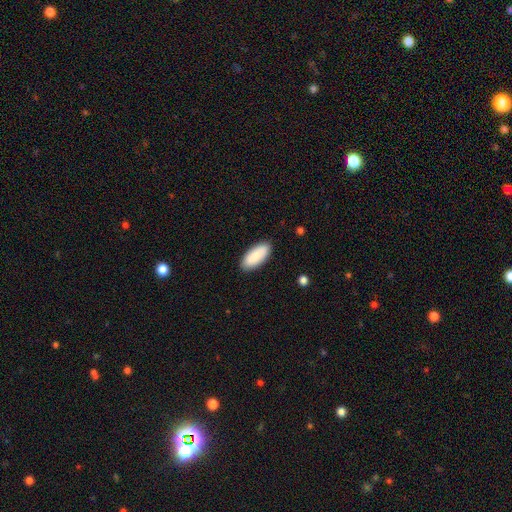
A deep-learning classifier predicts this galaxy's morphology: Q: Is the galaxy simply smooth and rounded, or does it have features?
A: smooth — 87%.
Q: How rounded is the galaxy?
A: in between — 89%.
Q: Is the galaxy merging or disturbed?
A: none — 88%.